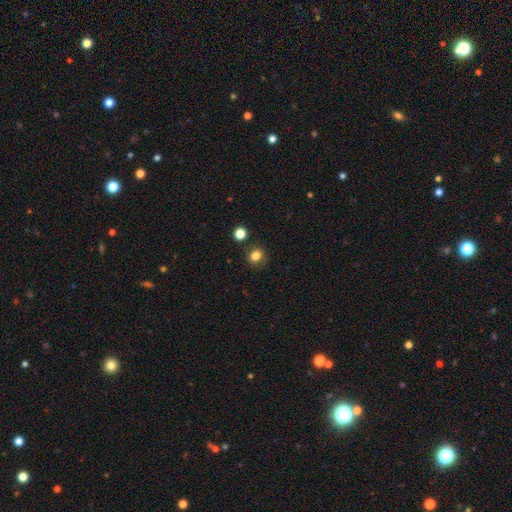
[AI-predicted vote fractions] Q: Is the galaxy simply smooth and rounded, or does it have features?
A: smooth — 82%.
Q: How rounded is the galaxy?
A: round — 68%.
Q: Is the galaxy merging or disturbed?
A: none — 79%.